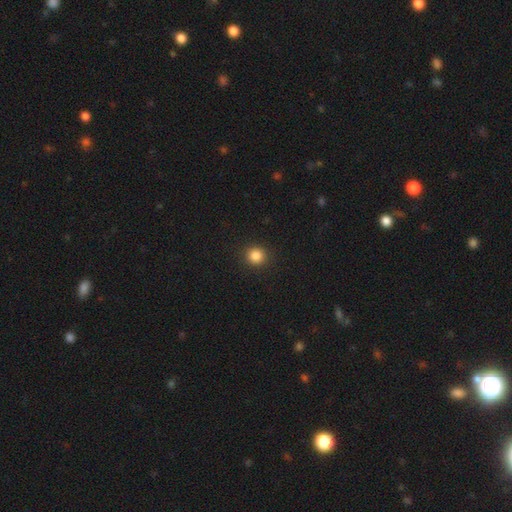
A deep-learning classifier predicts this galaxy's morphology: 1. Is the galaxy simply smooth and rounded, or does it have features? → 85% smooth, 11% star or artifact, 3% featured or disk.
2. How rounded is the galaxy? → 92% round, 7% in between, 1% cigar-shaped.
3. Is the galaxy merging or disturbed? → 92% none, 5% minor disturbance, 2% major disturbance, 1% merger.